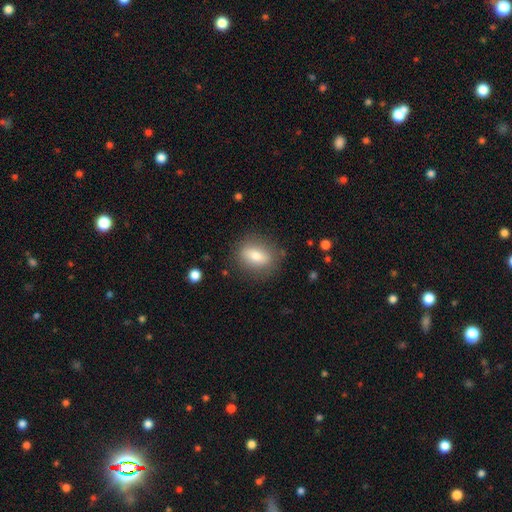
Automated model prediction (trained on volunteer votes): Smooth or featured? Predicted: smooth (p=0.74). How rounded? Predicted: in between (p=0.67). Merging? Predicted: none (p=0.83).